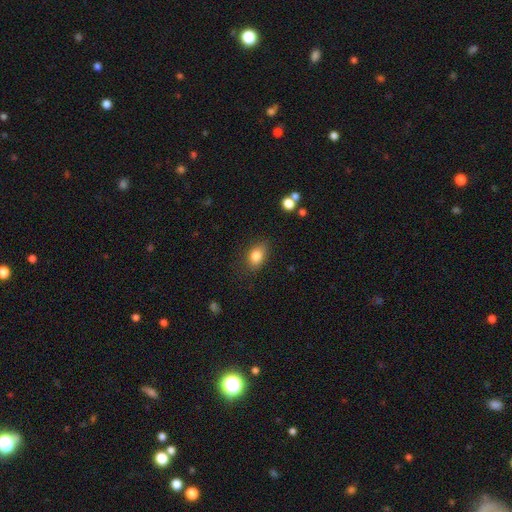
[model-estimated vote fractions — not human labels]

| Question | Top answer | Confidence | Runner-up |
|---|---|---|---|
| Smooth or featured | smooth | 82% | star or artifact (9%) |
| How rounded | in between | 81% | round (17%) |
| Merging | none | 79% | minor disturbance (15%) |